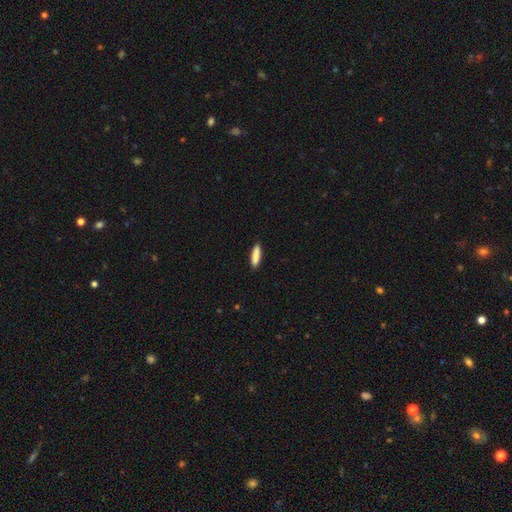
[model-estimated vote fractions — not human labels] smooth 88%, featured or disk 7%, star or artifact 6%. Down the decision tree: how rounded — cigar-shaped (70%); merging — none (90%).